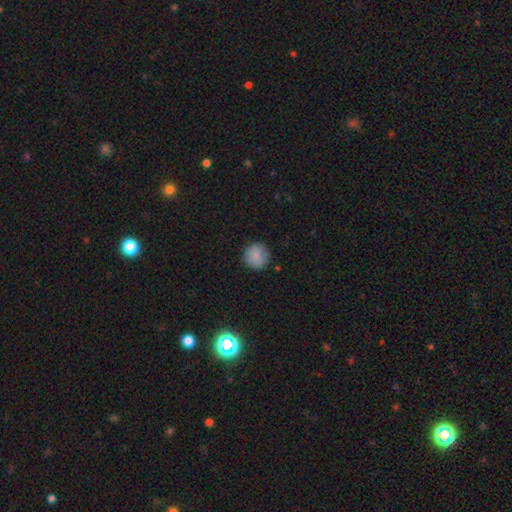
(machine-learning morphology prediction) smooth-or-featured: smooth: 85% | star or artifact: 8% | featured or disk: 7%
  how-rounded: round: 93% | in between: 6% | cigar-shaped: 1%
  merging: none: 83% | minor disturbance: 13% | major disturbance: 3% | merger: 1%